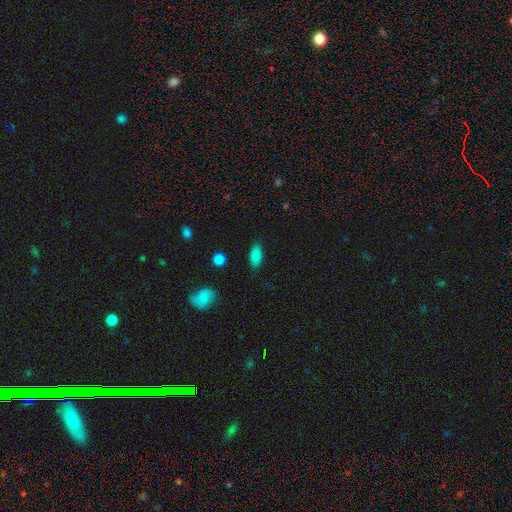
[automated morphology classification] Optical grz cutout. It shows a smooth galaxy with no disk features (83%) that is in between round and cigar-shaped (86%). Merging: none (83%).